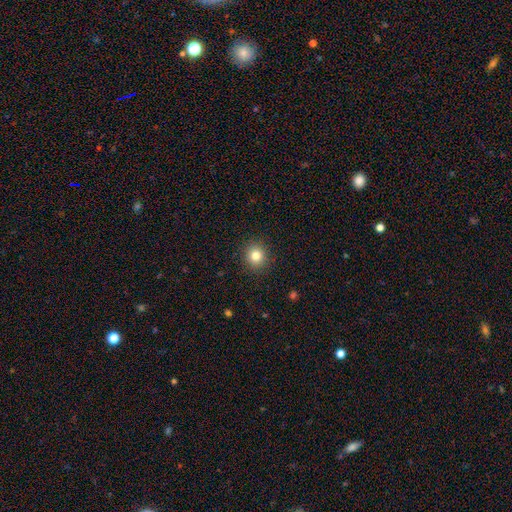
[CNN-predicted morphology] type=smooth (81%); roundness=round (87%); merging=none (91%).